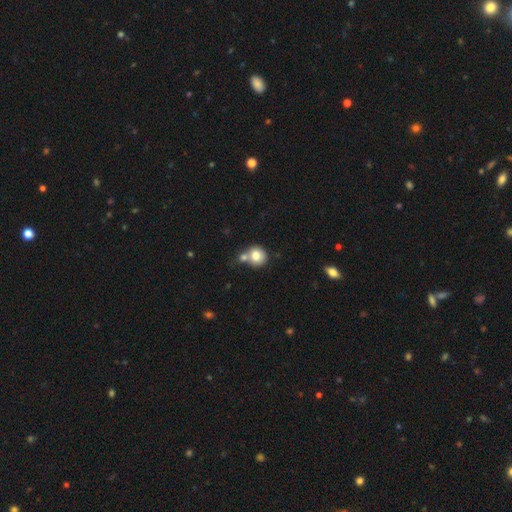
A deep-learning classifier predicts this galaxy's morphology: A smooth galaxy with no disk features (77%) that is round (84%).

Vote fractions:
- Smooth or featured? smooth: 77% / featured or disk: 14% / star or artifact: 9%
- How rounded? round: 84% / in between: 15% / cigar-shaped: 1%
- Merging? none: 44% / merger: 42% / minor disturbance: 10% / major disturbance: 4%